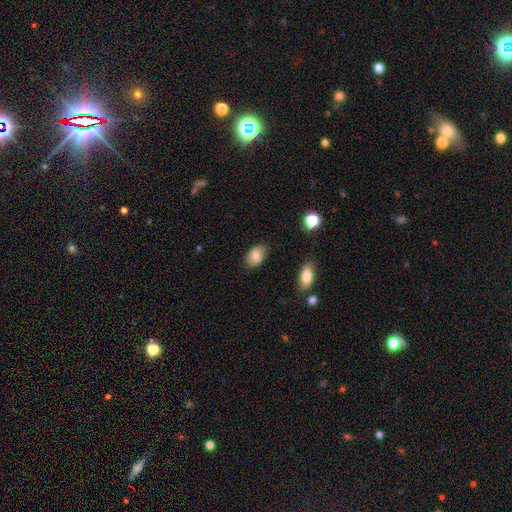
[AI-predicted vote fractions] A smooth galaxy with no disk features (83%) that is in between round and cigar-shaped (88%). Merging: none (83%).